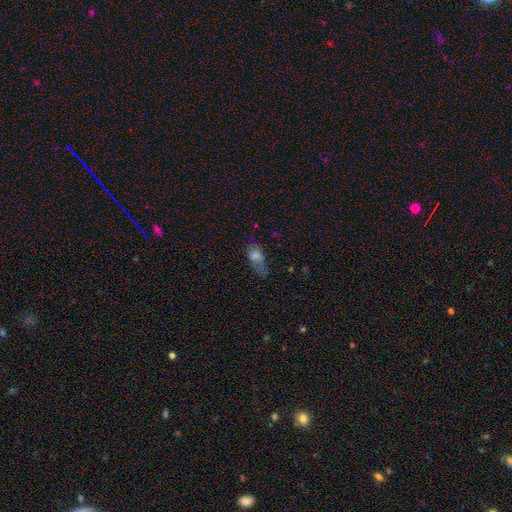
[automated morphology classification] type=smooth (60%); roundness=in between (74%); merging=none (48%).